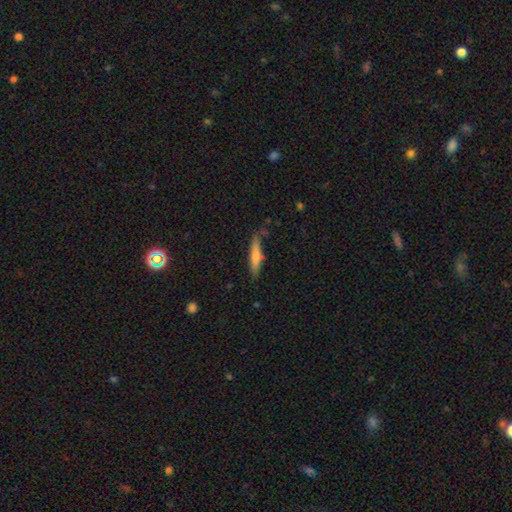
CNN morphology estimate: Smooth or featured? Predicted: smooth (p=0.63). How rounded? Predicted: cigar-shaped (p=0.87). Merging? Predicted: none (p=0.73).